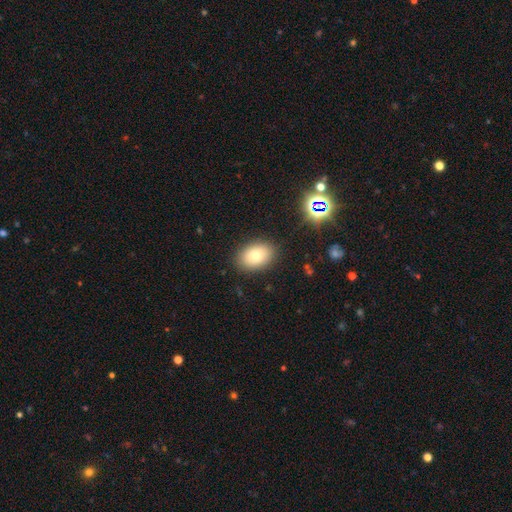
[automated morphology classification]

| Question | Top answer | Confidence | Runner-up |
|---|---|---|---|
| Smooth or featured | smooth | 76% | featured or disk (14%) |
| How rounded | in between | 78% | round (21%) |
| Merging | none | 86% | minor disturbance (10%) |